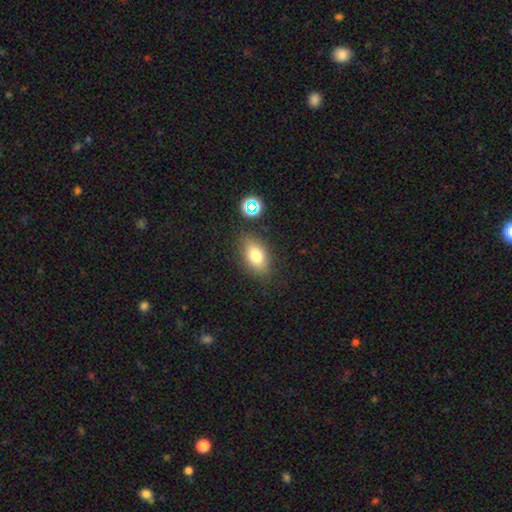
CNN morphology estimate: The model was most divided on "smooth or featured": smooth: 76%, featured or disk: 13%, star or artifact: 11%. More confident: how rounded — in between (84%); merging — none (81%).